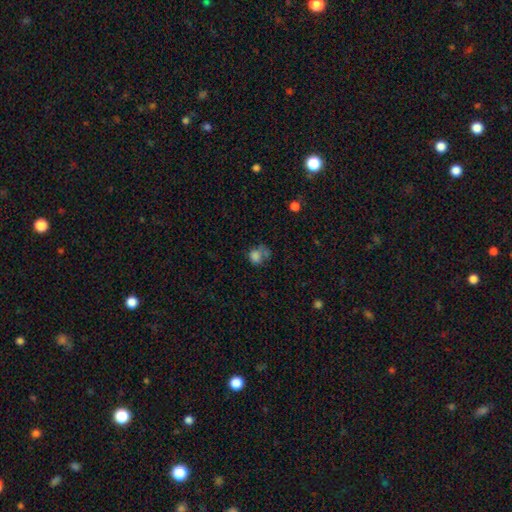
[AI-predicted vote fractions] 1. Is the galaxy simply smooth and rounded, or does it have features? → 76% smooth, 12% star or artifact, 12% featured or disk.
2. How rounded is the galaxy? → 63% round, 36% in between, 1% cigar-shaped.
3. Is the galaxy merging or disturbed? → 35% none, 24% merger, 21% minor disturbance, 20% major disturbance.